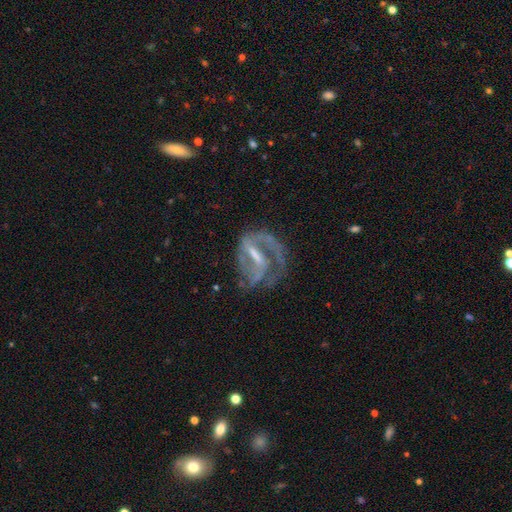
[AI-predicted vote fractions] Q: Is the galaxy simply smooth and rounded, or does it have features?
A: featured or disk — 83%.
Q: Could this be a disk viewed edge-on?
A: no — 96%.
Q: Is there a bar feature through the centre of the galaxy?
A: strong — 47%.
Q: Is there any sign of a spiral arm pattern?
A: yes — 85%.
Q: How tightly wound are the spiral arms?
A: medium — 46%.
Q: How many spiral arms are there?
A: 2 — 48%.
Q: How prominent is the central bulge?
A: small — 36%.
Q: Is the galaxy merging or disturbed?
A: none — 46%.